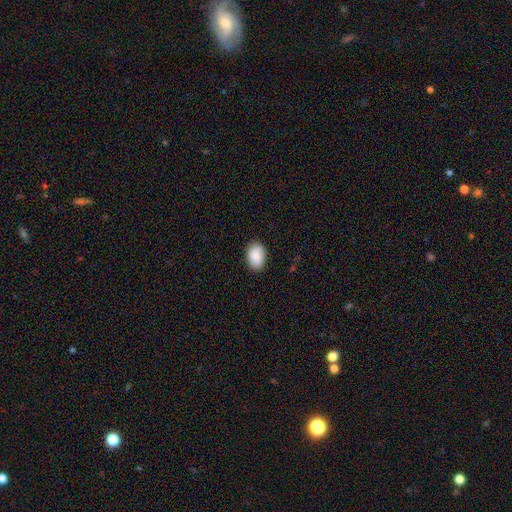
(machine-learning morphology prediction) type=smooth (89%); roundness=in between (88%); merging=none (85%).